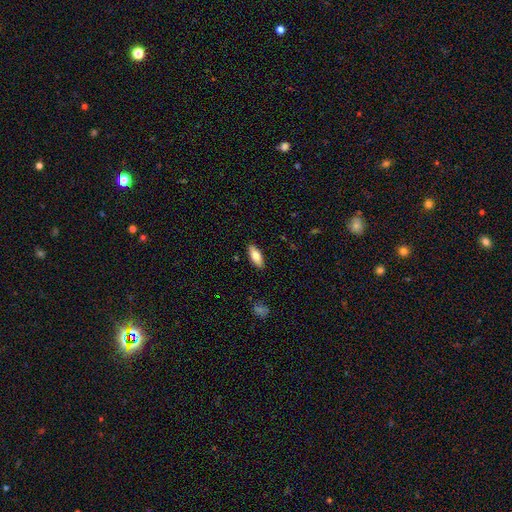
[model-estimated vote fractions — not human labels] Smooth or featured?
  - smooth: 76% *
  - featured or disk: 18%
  - star or artifact: 6%
How rounded?
  - in between: 78% *
  - cigar-shaped: 19%
  - round: 2%
Merging?
  - none: 89% *
  - minor disturbance: 9%
  - major disturbance: 2%
  - merger: 1%